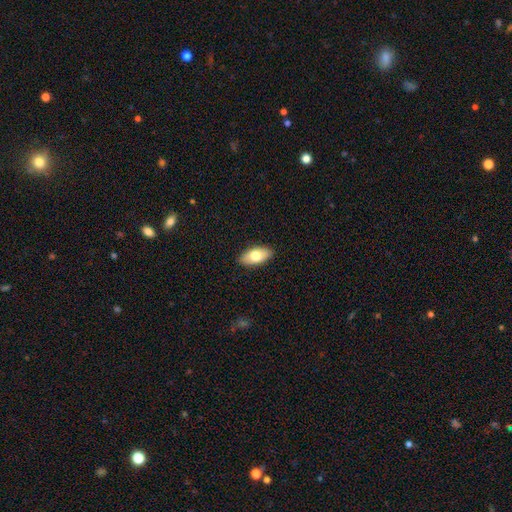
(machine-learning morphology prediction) A smooth galaxy with no disk features (76%) that is in between round and cigar-shaped (91%).

Vote fractions:
- Smooth or featured? smooth: 76% / featured or disk: 18% / star or artifact: 6%
- How rounded? in between: 91% / cigar-shaped: 6% / round: 3%
- Merging? none: 89% / minor disturbance: 9% / major disturbance: 2% / merger: 1%